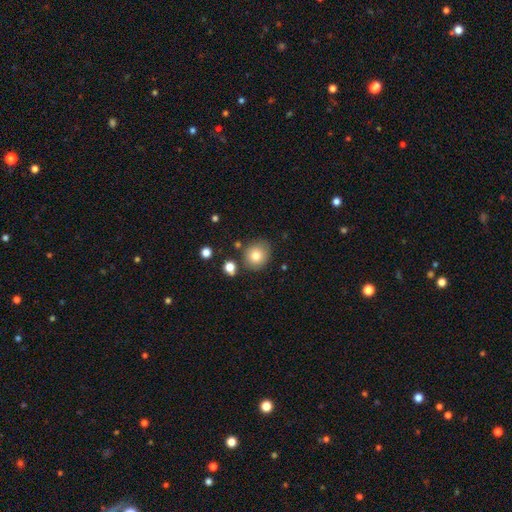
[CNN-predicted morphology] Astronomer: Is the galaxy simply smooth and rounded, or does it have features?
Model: smooth — 80%.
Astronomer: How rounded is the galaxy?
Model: round — 80%.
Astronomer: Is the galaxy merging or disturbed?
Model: none — 79%.